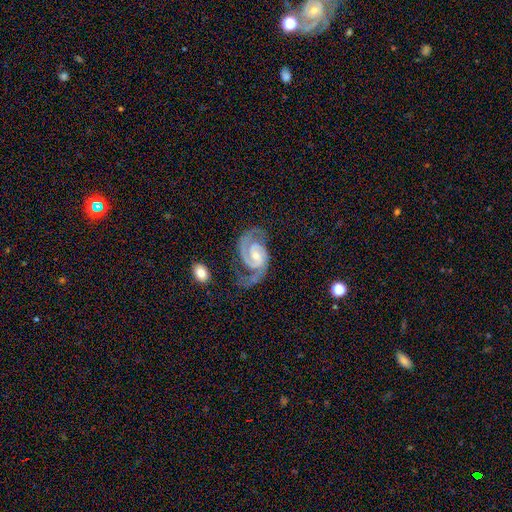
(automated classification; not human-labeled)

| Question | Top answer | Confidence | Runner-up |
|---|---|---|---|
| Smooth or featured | featured or disk | 92% | star or artifact (4%) |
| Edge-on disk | no | 98% | yes (2%) |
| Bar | no | 49% | weak (41%) |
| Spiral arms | yes | 98% | no (2%) |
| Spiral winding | medium | 50% | tight (40%) |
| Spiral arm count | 2 | 89% | 3 (4%) |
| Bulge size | small | 56% | moderate (39%) |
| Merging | none | 59% | minor disturbance (21%) |